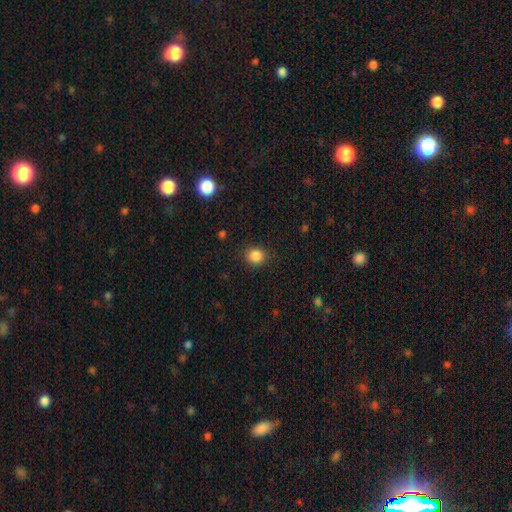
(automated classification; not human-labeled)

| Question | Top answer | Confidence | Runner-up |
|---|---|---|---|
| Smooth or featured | smooth | 86% | star or artifact (11%) |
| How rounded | round | 80% | in between (19%) |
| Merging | none | 89% | minor disturbance (8%) |